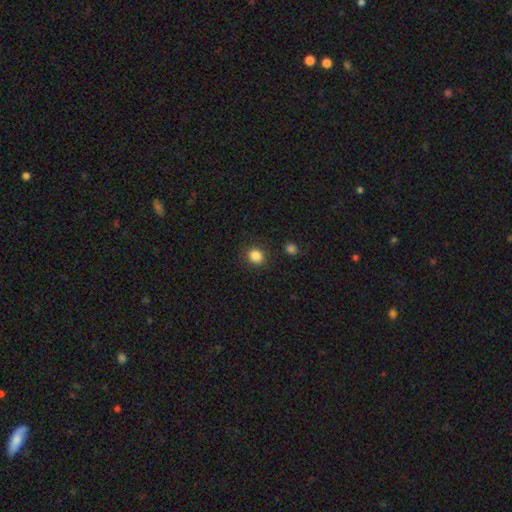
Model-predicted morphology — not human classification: smooth-or-featured: smooth: 85% | star or artifact: 11% | featured or disk: 4%
  how-rounded: round: 77% | in between: 22% | cigar-shaped: 1%
  merging: none: 87% | minor disturbance: 8% | major disturbance: 3% | merger: 2%